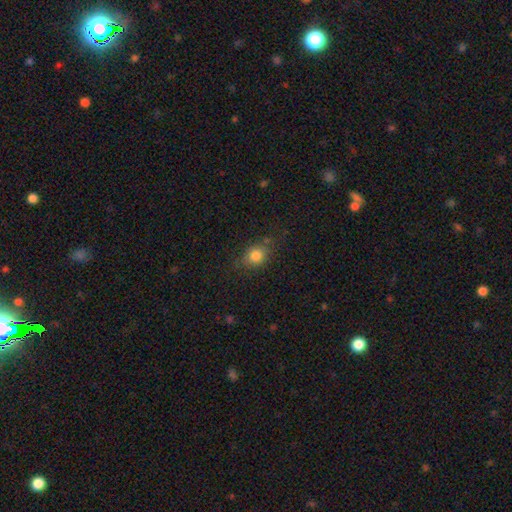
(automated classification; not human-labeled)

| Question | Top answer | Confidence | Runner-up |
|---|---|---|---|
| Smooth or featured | smooth | 80% | star or artifact (11%) |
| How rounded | round | 50% | in between (48%) |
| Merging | none | 73% | minor disturbance (18%) |